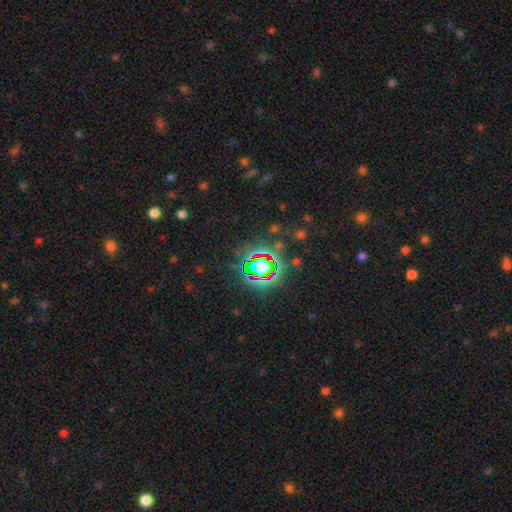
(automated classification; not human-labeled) Morphology: type=star or artifact (82%).